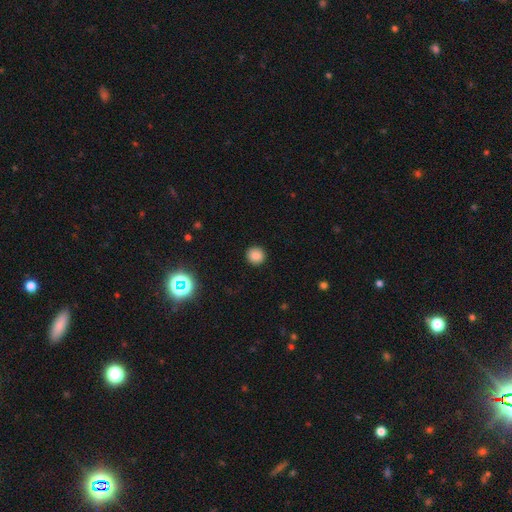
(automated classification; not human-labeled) smooth 82%, star or artifact 13%, featured or disk 4%. Down the decision tree: how rounded — round (93%); merging — none (92%).